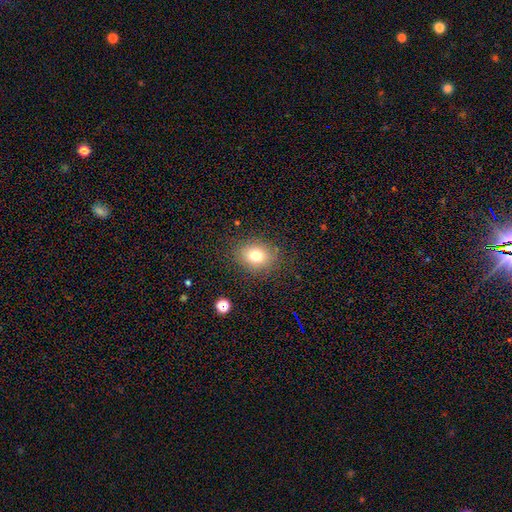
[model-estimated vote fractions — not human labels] A smooth galaxy with no disk features (76%) that is in between round and cigar-shaped (51%). Merging: none (83%).